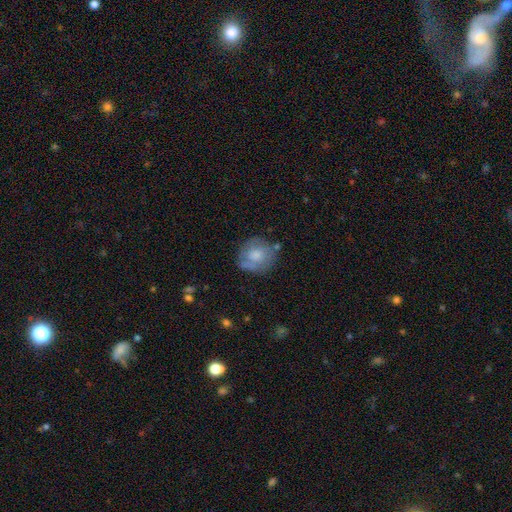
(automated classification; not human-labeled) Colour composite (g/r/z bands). It shows a smooth galaxy with no disk features (64%) that is round (81%). Merging: none (63%).